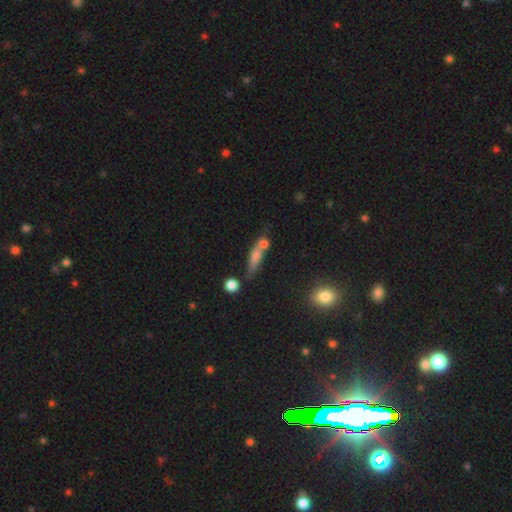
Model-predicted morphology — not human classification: smooth_or_featured: smooth (p=0.59) [alt: featured or disk p=0.29]
how_rounded: cigar-shaped (p=0.67) [alt: in between p=0.26]
merging: none (p=0.53) [alt: merger p=0.24]